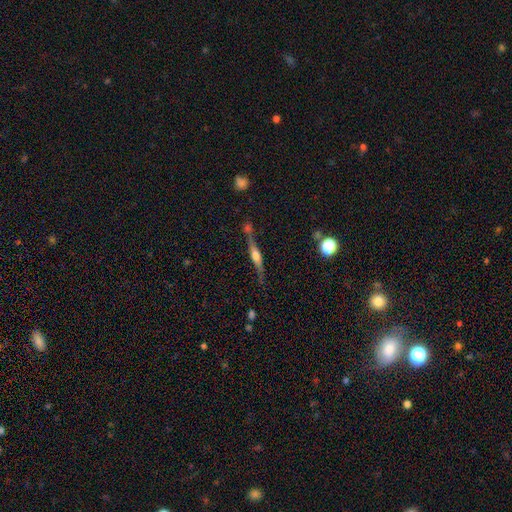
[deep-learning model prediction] This appears to be a featured or disk galaxy (72%) viewed edge-on (95%) with a rounded central bulge (84%). Merging: none (69%).